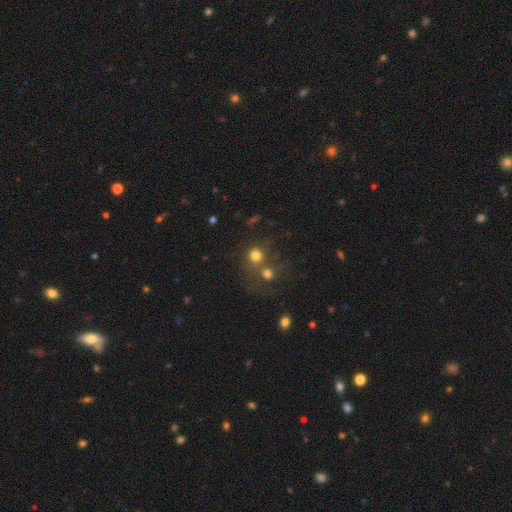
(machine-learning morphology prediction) Q: Smooth or featured?
A: smooth (73%); runner-up: star or artifact (16%)
Q: How rounded?
A: round (88%); runner-up: in between (11%)
Q: Merging?
A: none (48%); runner-up: merger (38%)